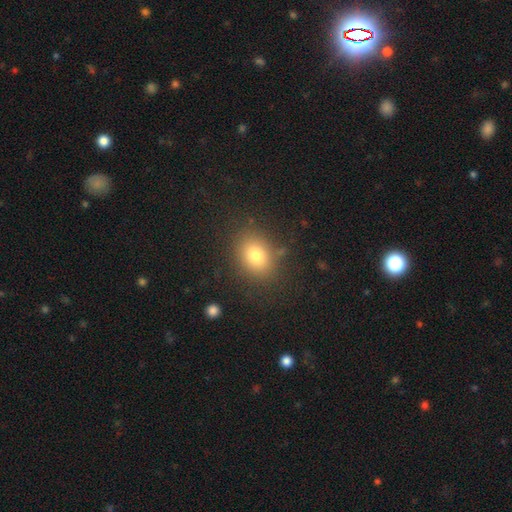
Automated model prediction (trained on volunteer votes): smooth-or-featured: smooth: 78% | star or artifact: 12% | featured or disk: 10%
  how-rounded: in between: 52% | round: 47% | cigar-shaped: 1%
  merging: none: 84% | minor disturbance: 10% | major disturbance: 4% | merger: 2%